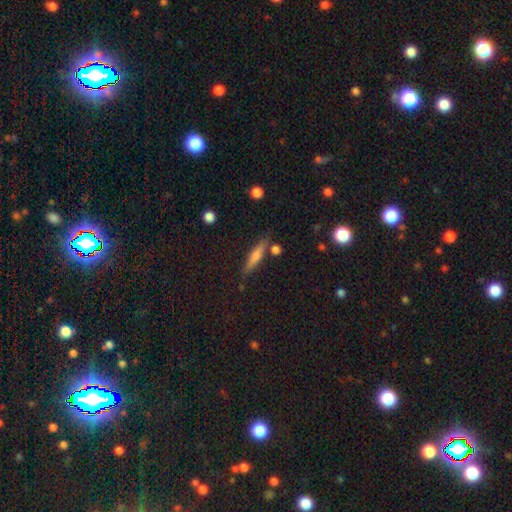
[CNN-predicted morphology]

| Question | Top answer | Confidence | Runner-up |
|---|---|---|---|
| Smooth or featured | featured or disk | 47% | smooth (43%) |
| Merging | none | 83% | minor disturbance (10%) |